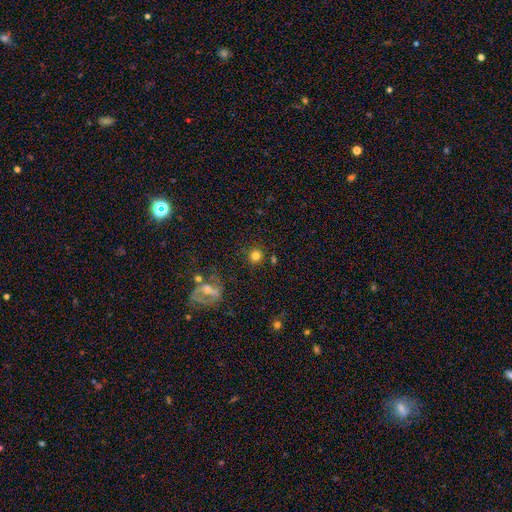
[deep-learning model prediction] Q: Smooth or featured?
A: smooth (78%); runner-up: star or artifact (14%)
Q: How rounded?
A: round (93%); runner-up: in between (6%)
Q: Merging?
A: none (84%); runner-up: minor disturbance (8%)